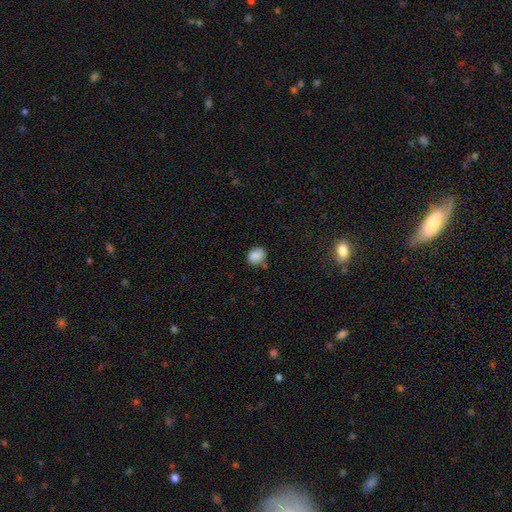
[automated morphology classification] The model was most divided on "how rounded": in between: 50%, round: 49%, cigar-shaped: 1%. More confident: smooth or featured — smooth (83%); merging — none (67%).